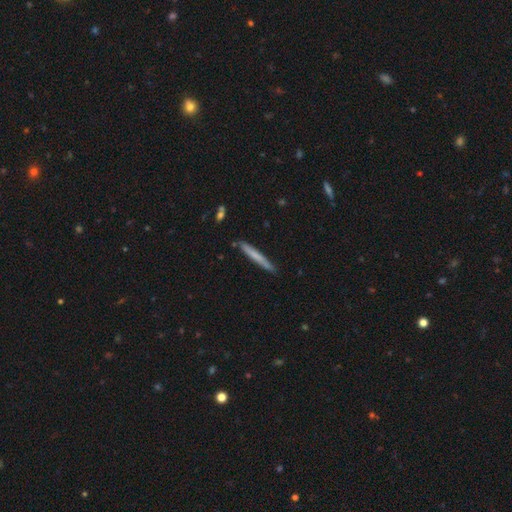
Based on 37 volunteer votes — Morphology: type=smooth (70%); roundness=cigar-shaped (96%); merging=none (82%).